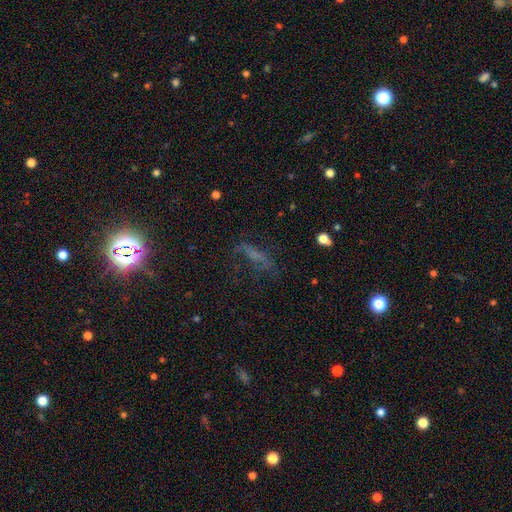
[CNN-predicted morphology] Q: Smooth or featured?
A: smooth (34%); runner-up: featured or disk (33%)
Q: Merging?
A: none (45%); runner-up: major disturbance (31%)